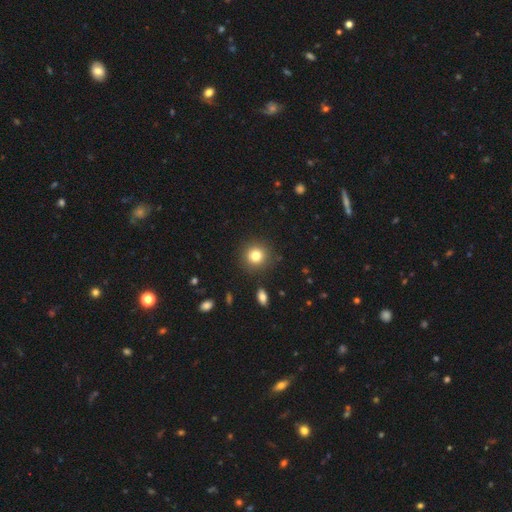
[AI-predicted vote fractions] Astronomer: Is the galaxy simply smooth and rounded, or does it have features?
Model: smooth — 80%.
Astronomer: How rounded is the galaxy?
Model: round — 92%.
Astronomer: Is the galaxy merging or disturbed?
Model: none — 89%.